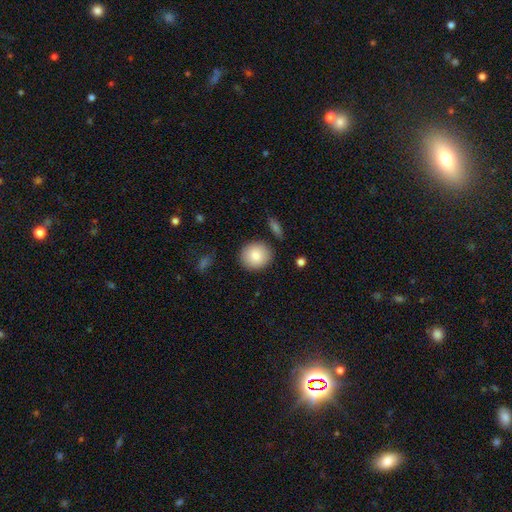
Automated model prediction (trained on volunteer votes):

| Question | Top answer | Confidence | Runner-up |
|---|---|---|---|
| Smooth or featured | smooth | 84% | featured or disk (9%) |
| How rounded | round | 84% | in between (15%) |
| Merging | none | 86% | minor disturbance (9%) |